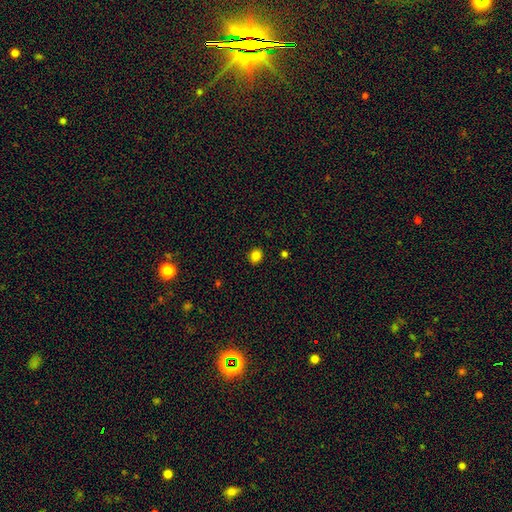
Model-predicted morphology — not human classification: Smooth or featured? smooth (84%)
How rounded? round (63%)
Merging? none (90%)